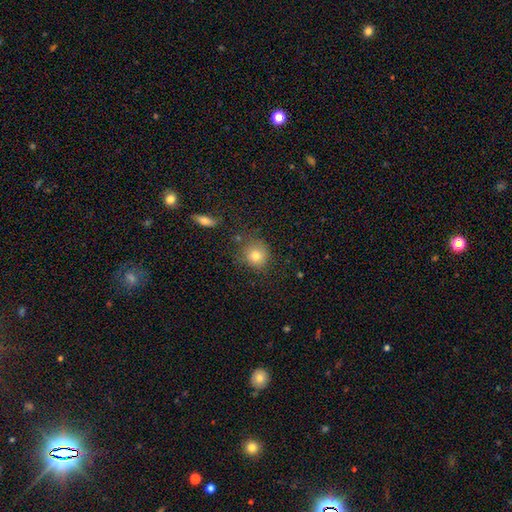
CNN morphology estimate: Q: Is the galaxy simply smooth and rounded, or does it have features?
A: smooth — 79%.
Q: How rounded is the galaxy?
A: round — 88%.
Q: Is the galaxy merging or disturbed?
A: none — 75%.